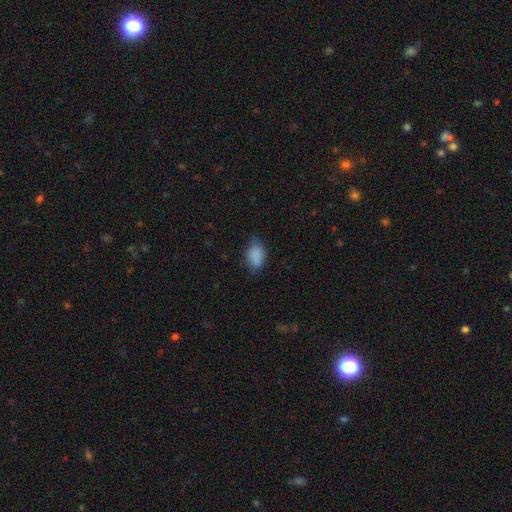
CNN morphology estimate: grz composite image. It shows a smooth galaxy with no disk features (85%) that is in between round and cigar-shaped (87%). Merging: none (66%).